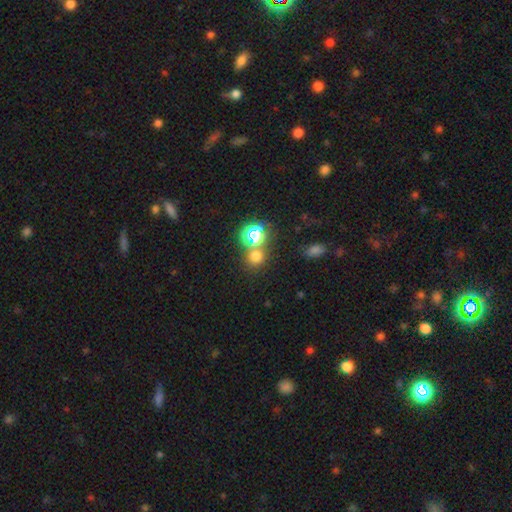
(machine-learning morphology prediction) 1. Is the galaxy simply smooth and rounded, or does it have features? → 62% smooth, 31% star or artifact, 6% featured or disk.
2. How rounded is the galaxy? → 84% round, 15% in between, 1% cigar-shaped.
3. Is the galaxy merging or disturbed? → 66% none, 23% merger, 7% minor disturbance, 4% major disturbance.